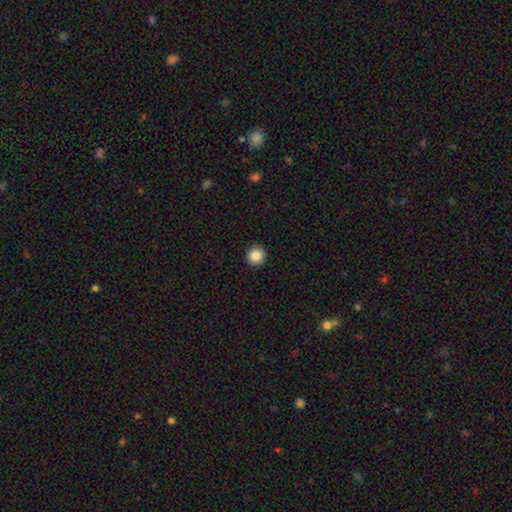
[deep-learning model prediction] Overall: smooth (86%). How rounded: round (95%). Merging: none (93%).